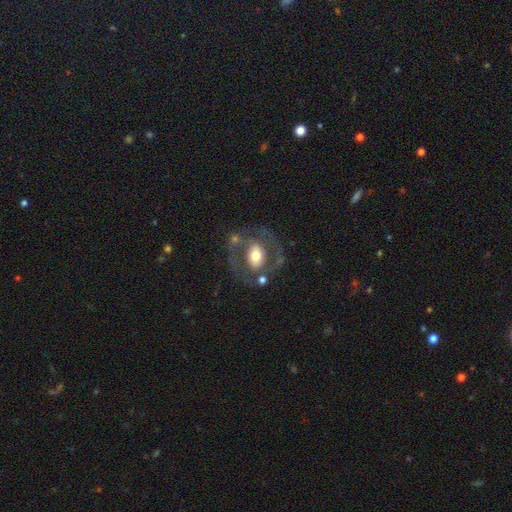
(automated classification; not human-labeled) smooth-or-featured: featured or disk: 61% | smooth: 32% | star or artifact: 7%
  disk-edge-on: no: 94% | yes: 6%
    bar: no: 47% | weak: 30% | strong: 23%
    has-spiral-arms: no: 56% | yes: 44%
    bulge-size: moderate: 60% | large: 26% | small: 11% | dominant: 3% | none: 1%
  merging: none: 63% | minor disturbance: 16% | major disturbance: 13% | merger: 7%